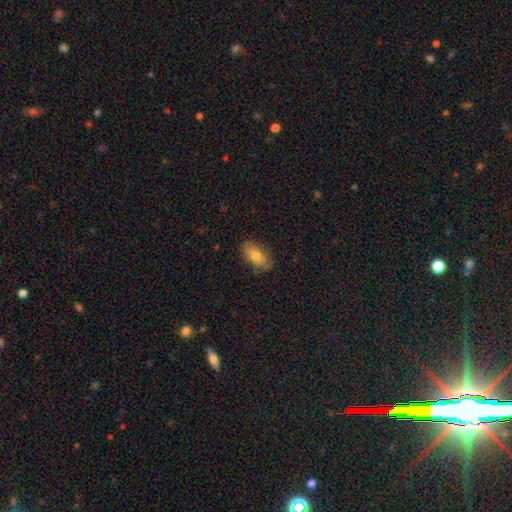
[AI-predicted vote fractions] Q: Smooth or featured?
A: smooth (71%); runner-up: featured or disk (22%)
Q: How rounded?
A: in between (87%); runner-up: cigar-shaped (10%)
Q: Merging?
A: none (82%); runner-up: minor disturbance (14%)